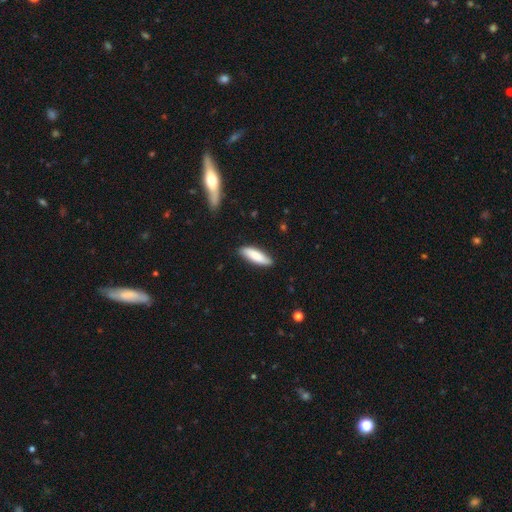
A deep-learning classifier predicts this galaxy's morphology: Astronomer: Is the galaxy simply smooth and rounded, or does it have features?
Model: smooth — 82%.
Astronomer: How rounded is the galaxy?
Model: cigar-shaped — 53% (runner-up: in between, 46%).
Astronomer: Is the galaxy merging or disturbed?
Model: none — 85%.